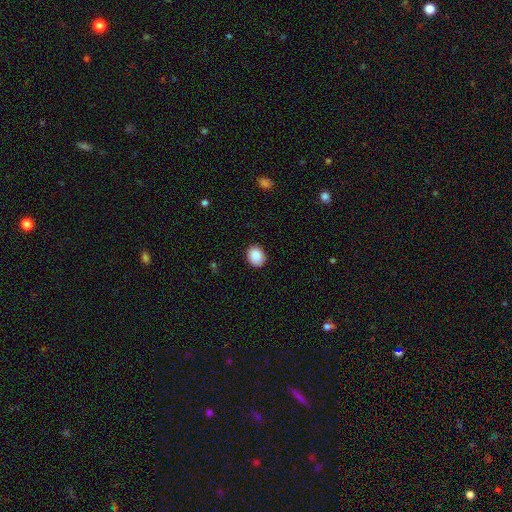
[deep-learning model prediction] smooth-or-featured: smooth: 89% | star or artifact: 8% | featured or disk: 3%
  how-rounded: round: 53% | in between: 47% | cigar-shaped: 1%
  merging: none: 89% | minor disturbance: 8% | major disturbance: 2% | merger: 1%